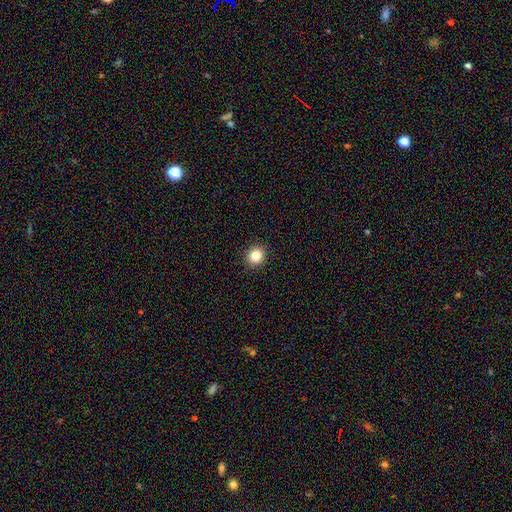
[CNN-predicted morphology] type=smooth (85%); roundness=round (83%); merging=none (92%).